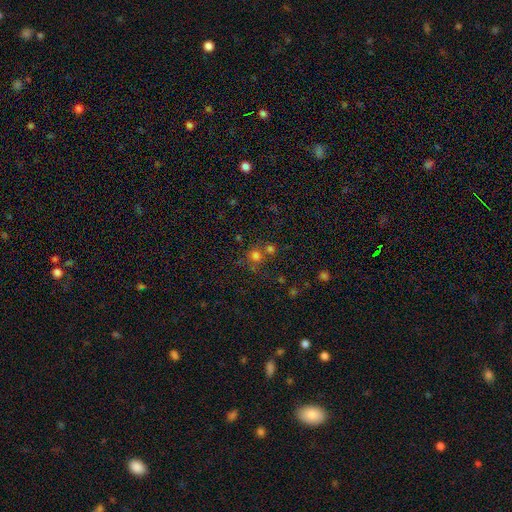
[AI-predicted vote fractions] Q: Smooth or featured?
A: smooth (72%); runner-up: star or artifact (20%)
Q: How rounded?
A: round (88%); runner-up: in between (11%)
Q: Merging?
A: none (58%); runner-up: merger (28%)